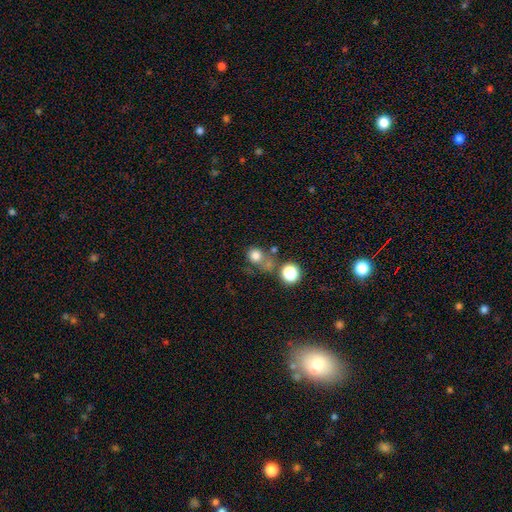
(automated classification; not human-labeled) Smooth or featured? smooth (75%)
How rounded? round (74%)
Merging? none (47%)